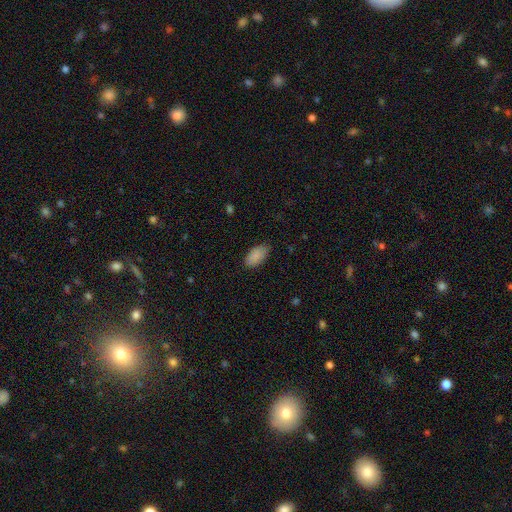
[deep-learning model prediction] Smooth or featured? smooth (89%)
How rounded? in between (94%)
Merging? none (81%)